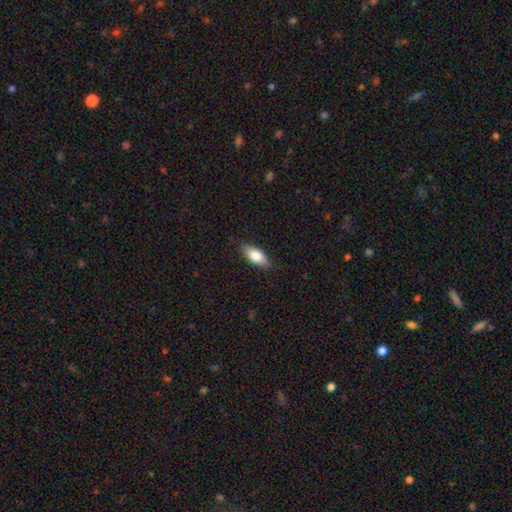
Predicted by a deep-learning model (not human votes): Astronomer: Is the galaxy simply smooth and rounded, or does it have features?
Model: smooth — 80%.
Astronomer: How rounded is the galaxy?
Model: in between — 82%.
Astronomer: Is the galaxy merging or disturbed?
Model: none — 85%.